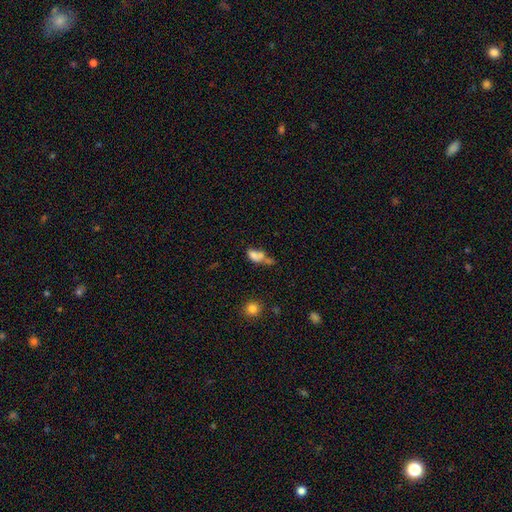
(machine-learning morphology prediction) Q: Smooth or featured?
A: smooth (66%); runner-up: featured or disk (21%)
Q: How rounded?
A: in between (78%); runner-up: round (13%)
Q: Merging?
A: merger (50%); runner-up: none (21%)